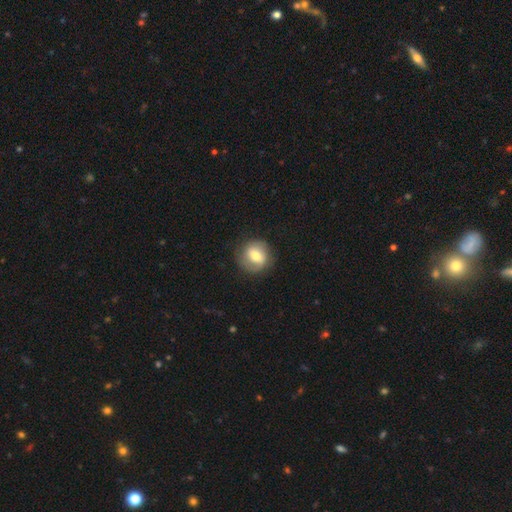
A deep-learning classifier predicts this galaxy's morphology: Overall: smooth (59%; featured or disk 33%). How rounded: round (86%). Merging: none (83%).